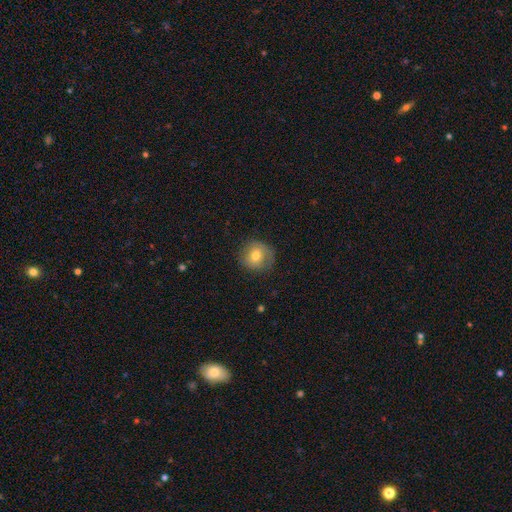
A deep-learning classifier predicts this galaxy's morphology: Smooth or featured: smooth — 67% (featured or disk — 24%)
How rounded: round — 88% (in between — 11%)
Merging: none — 76% (minor disturbance — 17%)